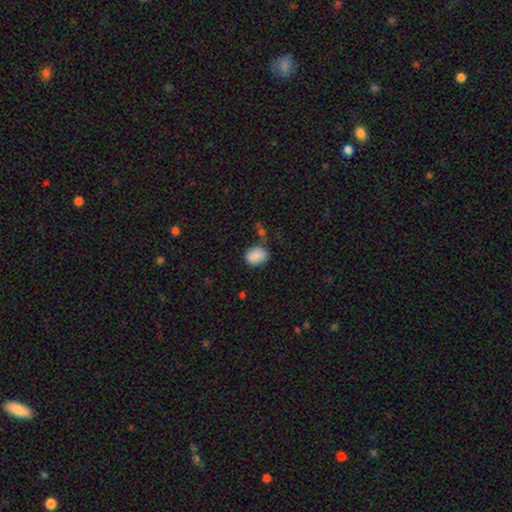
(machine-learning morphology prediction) A smooth galaxy with no disk features (88%) that is in between round and cigar-shaped (58%). Merging: none (73%).